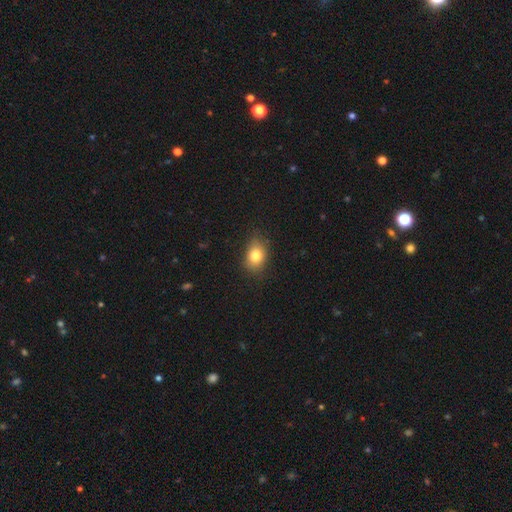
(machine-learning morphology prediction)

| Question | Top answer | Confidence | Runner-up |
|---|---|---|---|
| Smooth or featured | smooth | 80% | star or artifact (11%) |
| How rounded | in between | 65% | round (34%) |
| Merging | none | 79% | minor disturbance (16%) |